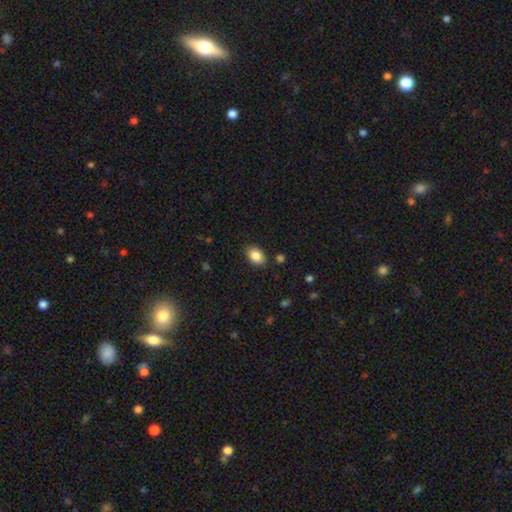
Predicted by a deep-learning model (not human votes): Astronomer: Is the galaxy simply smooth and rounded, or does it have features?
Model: smooth — 86%.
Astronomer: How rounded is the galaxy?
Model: in between — 81%.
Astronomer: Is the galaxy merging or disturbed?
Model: none — 84%.